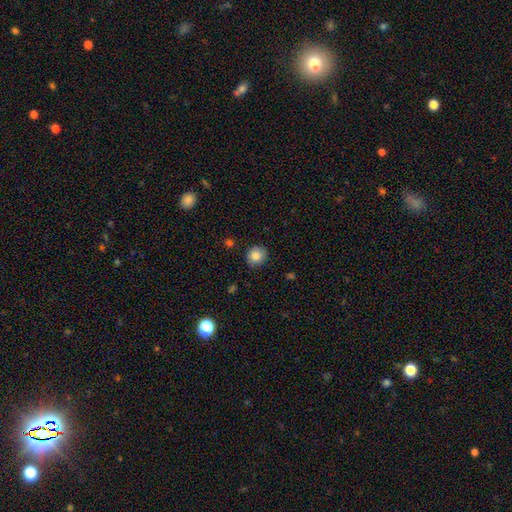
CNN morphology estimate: This is clearly a smooth galaxy (86%). How rounded: clearly round (87%). Merging: clearly none (86%).